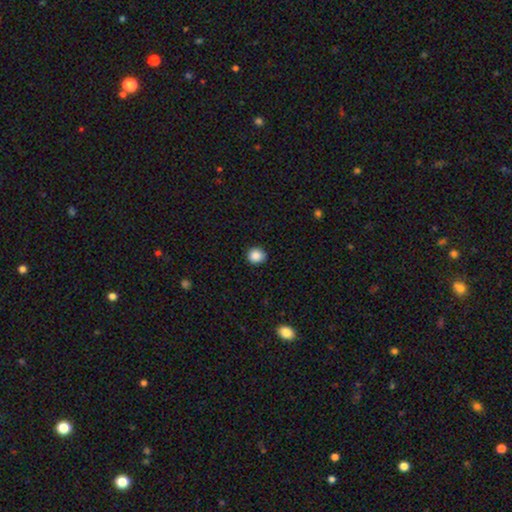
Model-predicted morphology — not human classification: This appears to be a smooth galaxy with no disk features (87%) that is round (86%). Merging: none (89%).